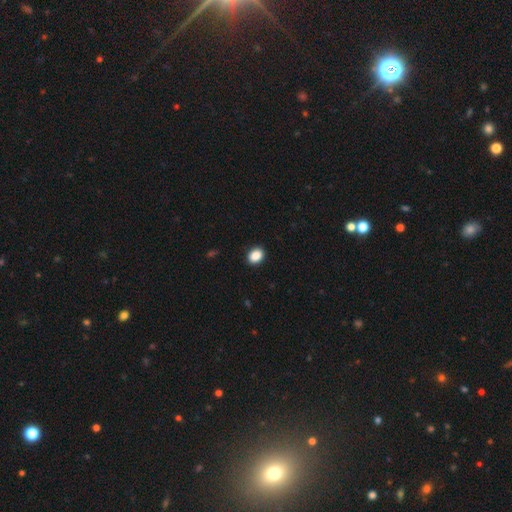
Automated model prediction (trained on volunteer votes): smooth-or-featured: smooth: 89% | star or artifact: 8% | featured or disk: 3%
  how-rounded: in between: 65% | round: 34% | cigar-shaped: 1%
  merging: none: 90% | minor disturbance: 7% | major disturbance: 2% | merger: 1%